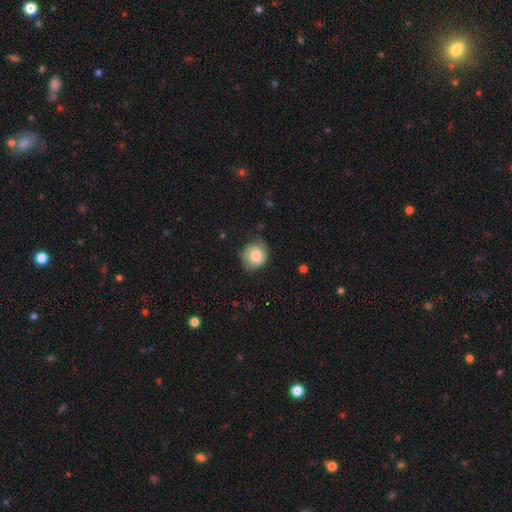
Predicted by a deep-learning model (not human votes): This appears to be a smooth galaxy with no disk features (49%). Merging: none (68%).